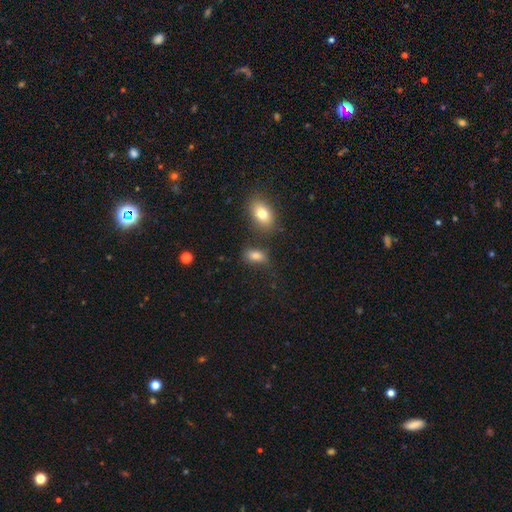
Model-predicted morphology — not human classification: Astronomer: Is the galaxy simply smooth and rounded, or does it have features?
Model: smooth — 80%.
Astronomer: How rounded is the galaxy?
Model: in between — 87%.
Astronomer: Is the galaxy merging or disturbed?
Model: none — 65%.